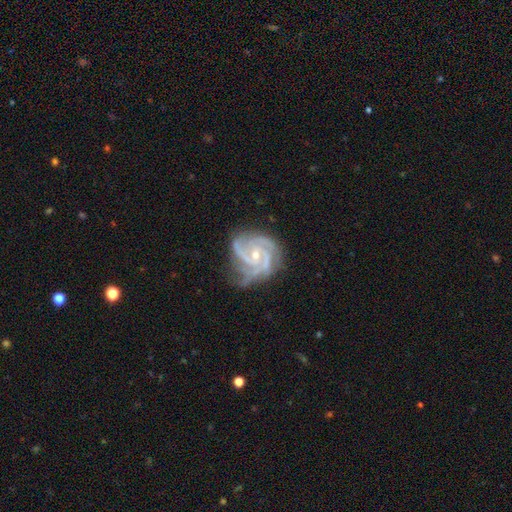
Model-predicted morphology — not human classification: The model was most divided on "spiral winding": tight: 56%, medium: 38%, loose: 5%. More confident: spiral arms — yes (98%); edge-on disk — no (98%); smooth or featured — featured or disk (92%); bulge size — small (64%); merging — none (63%); bar — no (59%); spiral arm count — 3 (54%).